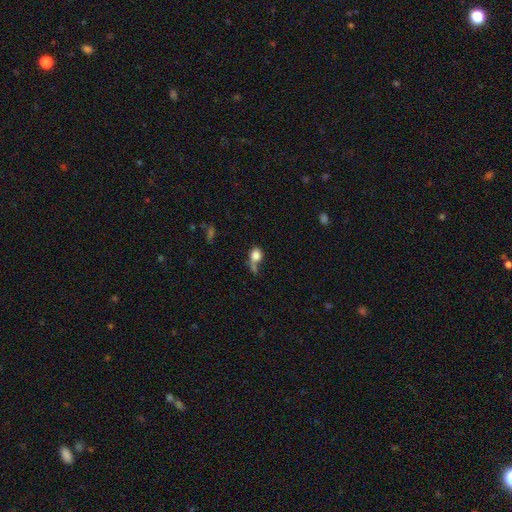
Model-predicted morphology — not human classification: A smooth galaxy with no disk features (77%) that is in between round and cigar-shaped (50%). Merging: none (30%).